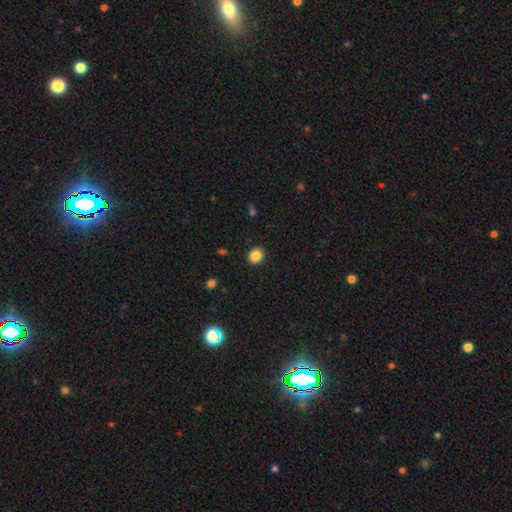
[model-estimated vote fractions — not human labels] A smooth galaxy with no disk features (86%) that is round (81%). Merging: none (92%).